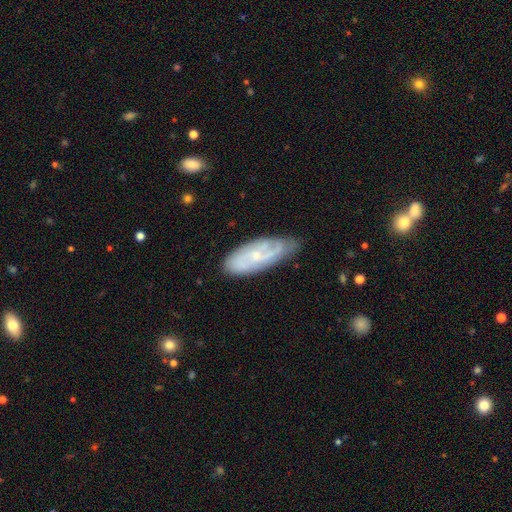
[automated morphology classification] Smooth or featured?
  - featured or disk: 63% *
  - smooth: 30%
  - star or artifact: 7%
Edge-on disk?
  - no: 88% *
  - yes: 12%
Bar?
  - no: 69% *
  - weak: 26%
  - strong: 5%
Spiral arms?
  - yes: 82% *
  - no: 18%
Bulge size?
  - small: 71% *
  - moderate: 23%
  - none: 5%
  - large: 1%
  - dominant: 1%
Merging?
  - none: 68% *
  - minor disturbance: 24%
  - major disturbance: 6%
  - merger: 2%